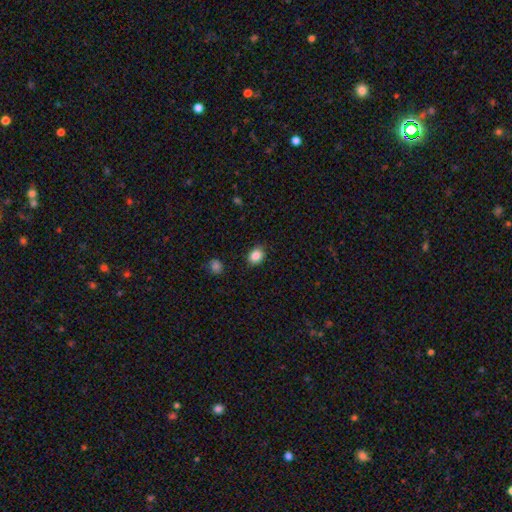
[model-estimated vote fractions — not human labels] Smooth or featured?
  - smooth: 87% *
  - star or artifact: 9%
  - featured or disk: 4%
How rounded?
  - in between: 58% *
  - round: 41%
  - cigar-shaped: 1%
Merging?
  - none: 86% *
  - minor disturbance: 10%
  - major disturbance: 3%
  - merger: 1%